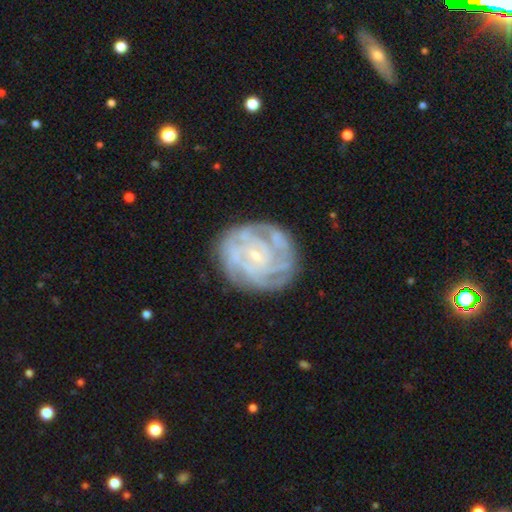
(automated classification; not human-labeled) smooth_or_featured: featured or disk (p=0.82) [alt: smooth p=0.12]
disk_edge_on: no (p=0.97) [alt: yes p=0.03]
bar: no (p=0.69) [alt: weak p=0.25]
has_spiral_arms: yes (p=0.92) [alt: no p=0.08]
spiral_winding: tight (p=0.73) [alt: medium p=0.22]
spiral_arm_count: can't tell (p=0.35) [alt: 4 p=0.23]
bulge_size: small (p=0.82) [alt: moderate p=0.12]
merging: none (p=0.76) [alt: minor disturbance p=0.16]